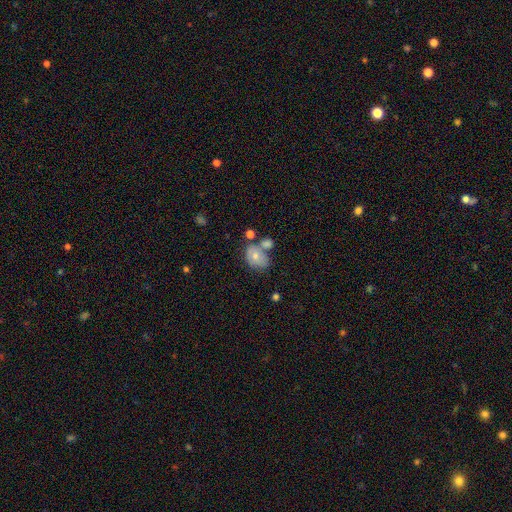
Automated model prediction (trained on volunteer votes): Q: Smooth or featured?
A: smooth (68%); runner-up: featured or disk (23%)
Q: How rounded?
A: in between (68%); runner-up: round (31%)
Q: Merging?
A: none (41%); runner-up: merger (32%)